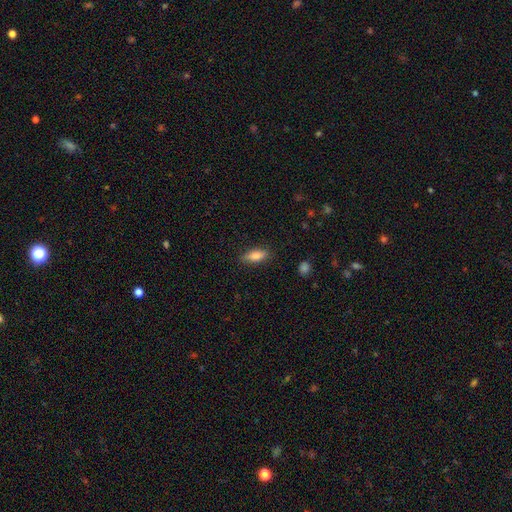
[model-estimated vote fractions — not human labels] This appears to be a smooth galaxy with no disk features (79%) that is in between round and cigar-shaped (68%). Merging: none (85%).